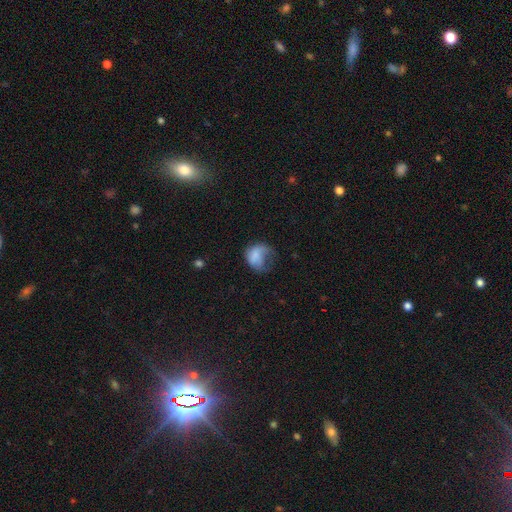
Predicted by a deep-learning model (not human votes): This appears to be a smooth galaxy with no disk features (66%) that is in between round and cigar-shaped (58%). Merging: major disturbance (49%).